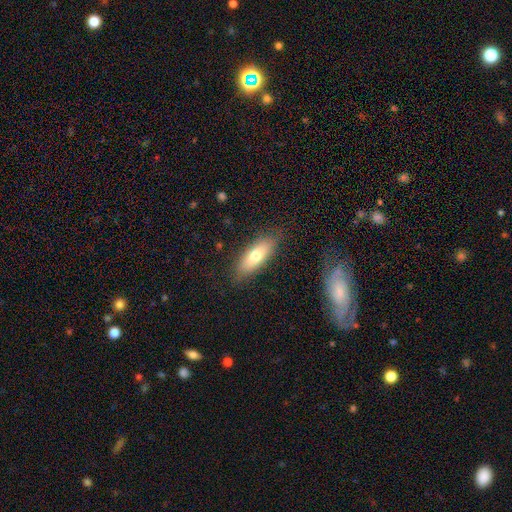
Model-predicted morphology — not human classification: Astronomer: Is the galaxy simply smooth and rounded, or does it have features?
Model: smooth — 69%.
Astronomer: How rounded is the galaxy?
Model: in between — 70%.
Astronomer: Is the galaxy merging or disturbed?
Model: none — 84%.